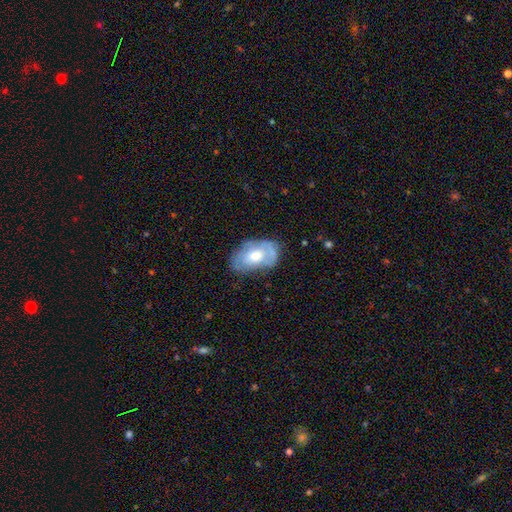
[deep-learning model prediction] Smooth or featured: featured or disk — 50% (smooth — 43%)
Edge-on disk: no — 93% (yes — 7%)
Merging: none — 58% (minor disturbance — 29%)